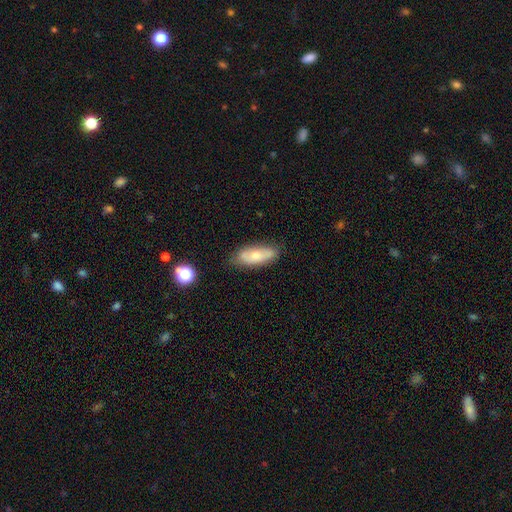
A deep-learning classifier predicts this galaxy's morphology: Smooth or featured? Predicted: smooth (p=0.62). How rounded? Predicted: in between (p=0.75). Merging? Predicted: none (p=0.75).